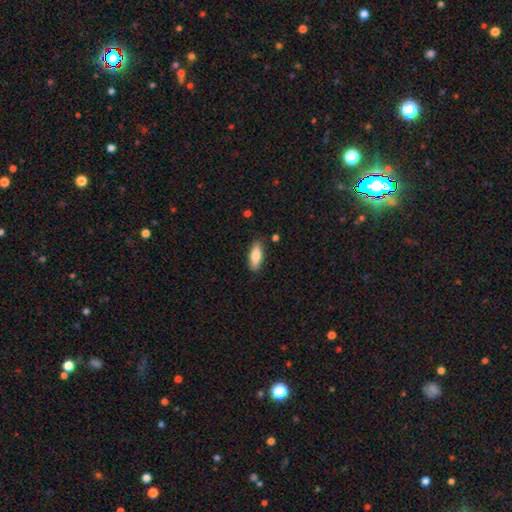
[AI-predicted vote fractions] smooth-or-featured: smooth: 78% | featured or disk: 16% | star or artifact: 6%
  how-rounded: in between: 68% | cigar-shaped: 30% | round: 2%
  merging: none: 85% | minor disturbance: 11% | major disturbance: 2% | merger: 2%